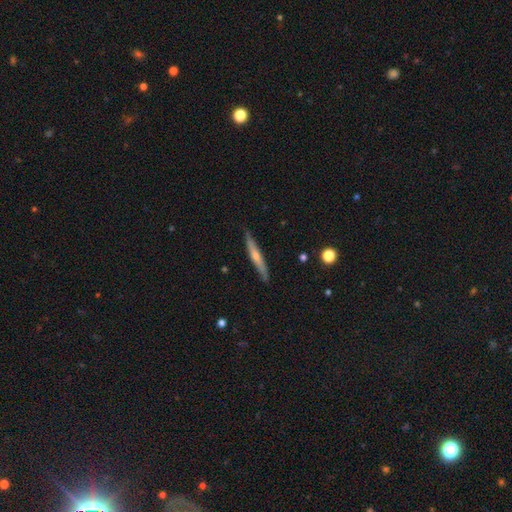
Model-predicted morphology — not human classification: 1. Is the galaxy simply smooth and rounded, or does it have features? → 65% featured or disk, 28% smooth, 7% star or artifact.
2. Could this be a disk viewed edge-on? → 94% yes, 6% no.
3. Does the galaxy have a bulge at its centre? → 75% rounded, 20% none, 5% boxy.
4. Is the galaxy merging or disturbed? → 88% none, 9% minor disturbance, 2% major disturbance, 1% merger.